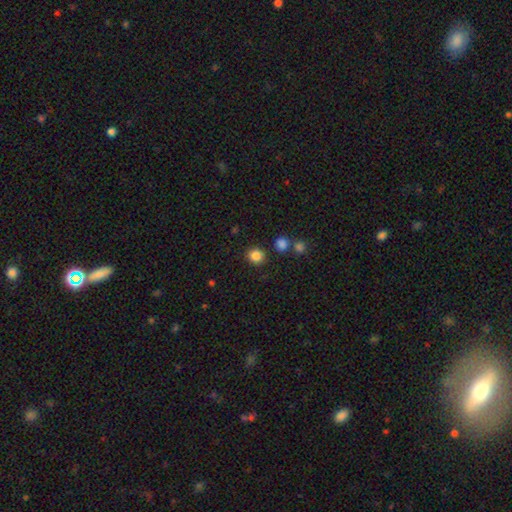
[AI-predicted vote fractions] The model was most divided on "how rounded": round: 86%, in between: 13%, cigar-shaped: 1%. More confident: merging — none (86%); smooth or featured — smooth (85%).